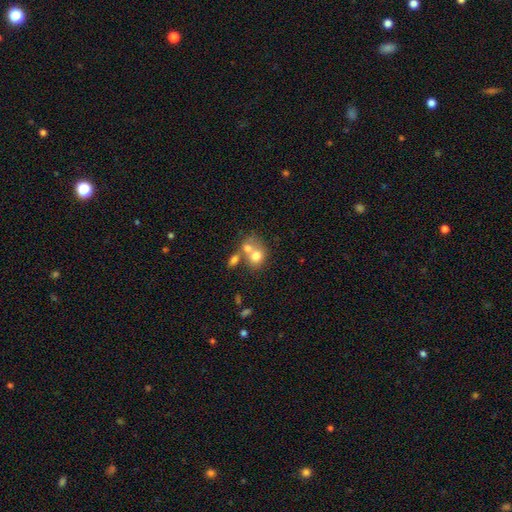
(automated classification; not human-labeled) This is likely a smooth galaxy (68%). How rounded: possibly round (59%). Merging: possibly merger (56%).